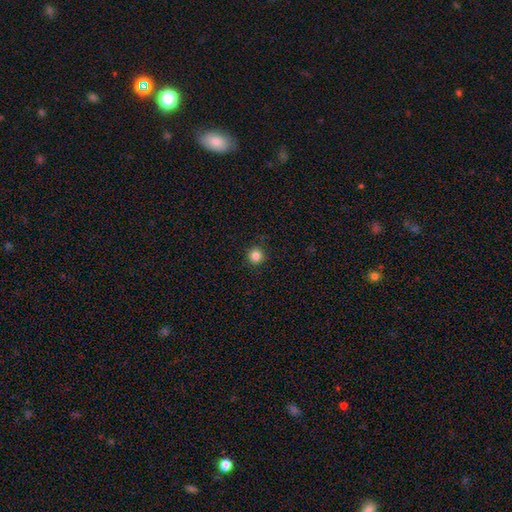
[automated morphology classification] This is clearly a smooth galaxy (84%). How rounded: clearly round (95%). Merging: clearly none (92%).